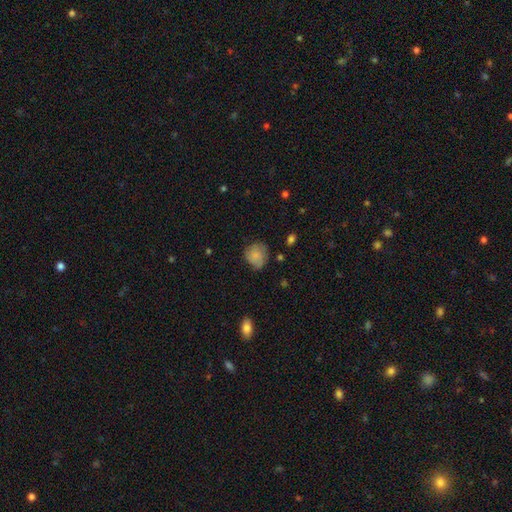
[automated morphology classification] This appears to be a smooth galaxy with no disk features (74%) that is round (77%). Merging: none (61%).